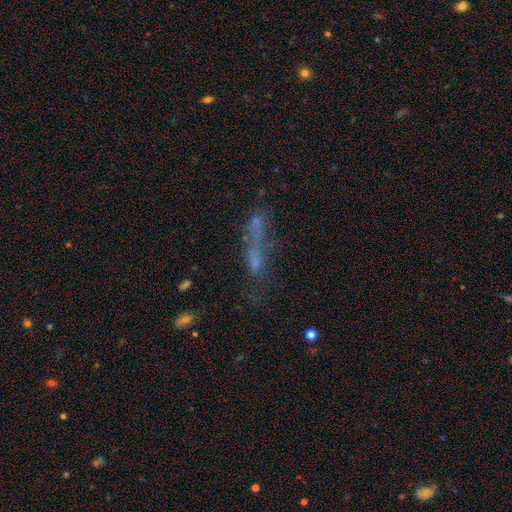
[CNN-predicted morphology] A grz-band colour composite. It shows a smooth galaxy with no disk features (41%). Merging: none (38%).